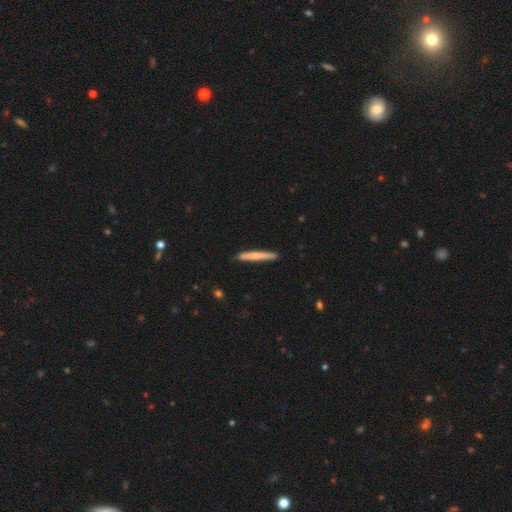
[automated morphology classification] Smooth or featured?
  - smooth: 71% *
  - featured or disk: 24%
  - star or artifact: 5%
How rounded?
  - cigar-shaped: 97% *
  - in between: 2%
  - round: 1%
Merging?
  - none: 89% *
  - minor disturbance: 8%
  - major disturbance: 1%
  - merger: 1%